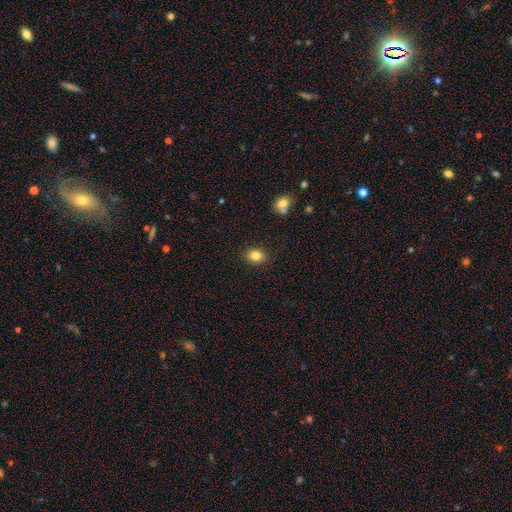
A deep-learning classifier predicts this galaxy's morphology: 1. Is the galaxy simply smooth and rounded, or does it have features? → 82% smooth, 10% star or artifact, 7% featured or disk.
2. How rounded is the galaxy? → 54% in between, 45% round, 1% cigar-shaped.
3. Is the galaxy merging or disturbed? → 88% none, 8% minor disturbance, 2% major disturbance, 2% merger.